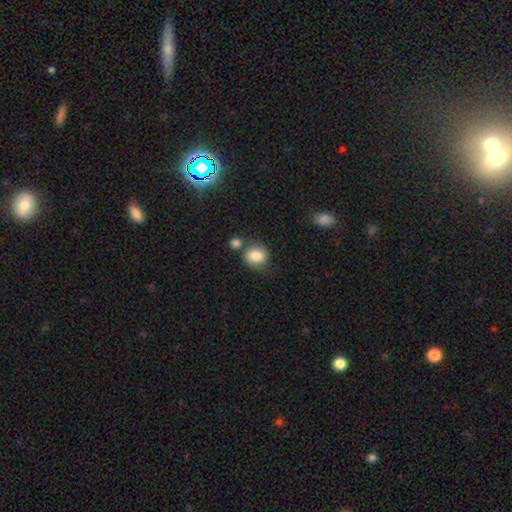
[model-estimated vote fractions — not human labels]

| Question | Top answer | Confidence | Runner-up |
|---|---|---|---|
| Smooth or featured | smooth | 85% | star or artifact (8%) |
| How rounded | round | 72% | in between (27%) |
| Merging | none | 63% | merger (18%) |